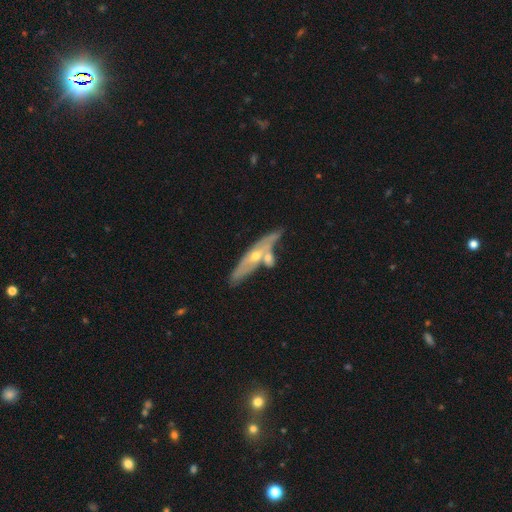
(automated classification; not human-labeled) A featured or disk galaxy (67%) viewed edge-on (60%).

Vote fractions:
- Smooth or featured? featured or disk: 67% / smooth: 27% / star or artifact: 6%
- Edge-on disk? yes: 60% / no: 40%
- Merging? none: 50% / merger: 26% / minor disturbance: 18% / major disturbance: 6%